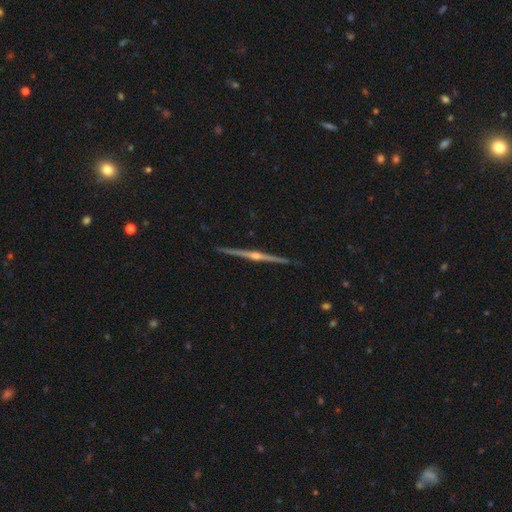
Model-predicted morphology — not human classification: smooth_or_featured: featured or disk (p=0.89) [alt: smooth p=0.06]
disk_edge_on: yes (p=0.99) [alt: no p=0.01]
edge_on_bulge: rounded (p=0.92) [alt: none p=0.04]
merging: none (p=0.93) [alt: minor disturbance p=0.05]